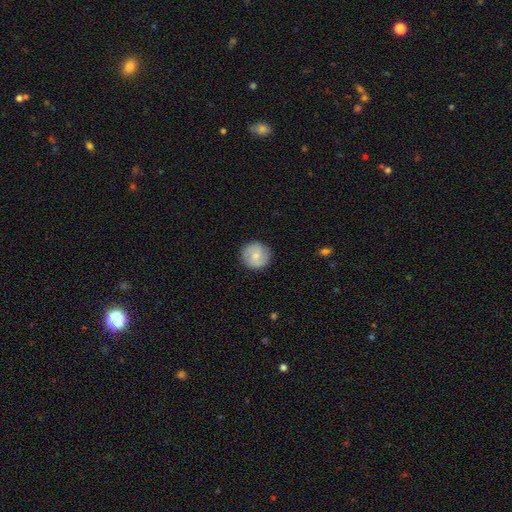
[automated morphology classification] Smooth or featured? smooth (63%)
How rounded? round (94%)
Merging? none (89%)